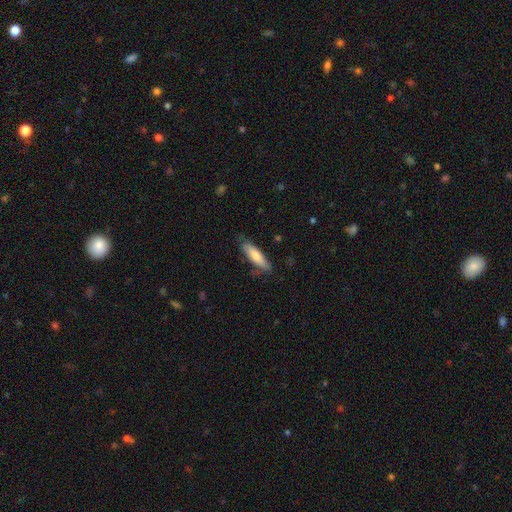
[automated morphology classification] This is likely a smooth galaxy (74%). How rounded: likely cigar-shaped (67%). Merging: likely none (77%).